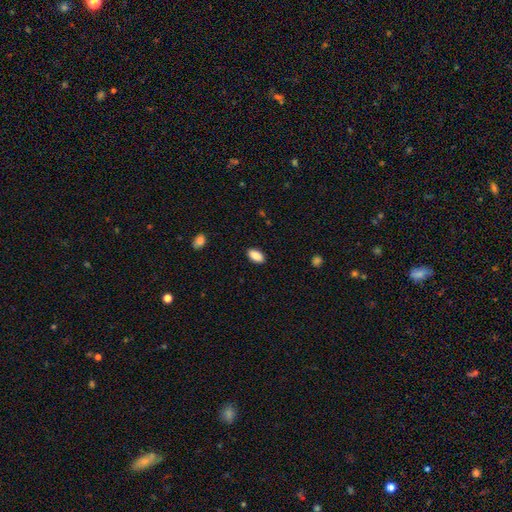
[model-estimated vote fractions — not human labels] Smooth or featured?
  - smooth: 88% *
  - star or artifact: 7%
  - featured or disk: 5%
How rounded?
  - in between: 93% *
  - cigar-shaped: 4%
  - round: 3%
Merging?
  - none: 89% *
  - minor disturbance: 8%
  - major disturbance: 2%
  - merger: 1%